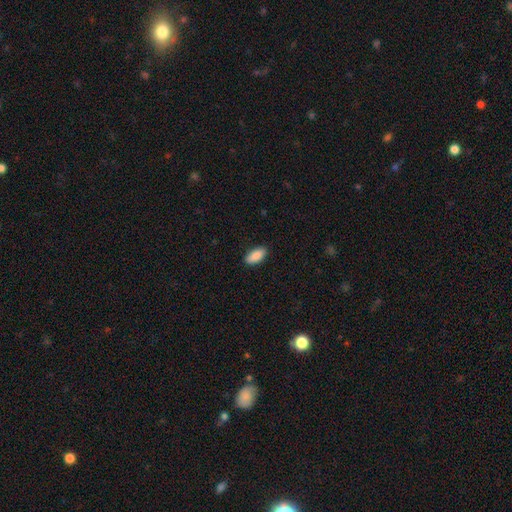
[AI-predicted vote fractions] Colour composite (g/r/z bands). It shows a smooth galaxy with no disk features (89%) that is in between round and cigar-shaped (90%). Merging: none (88%).